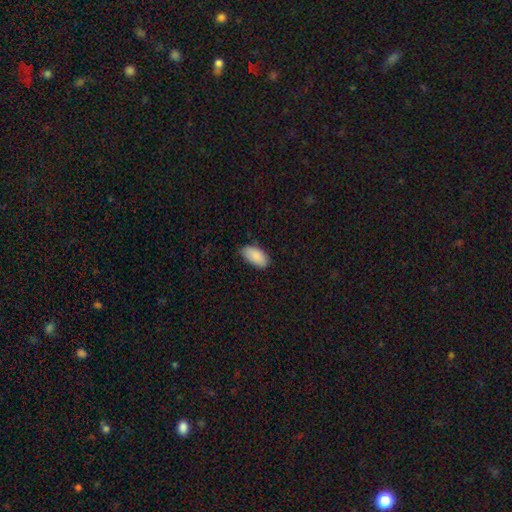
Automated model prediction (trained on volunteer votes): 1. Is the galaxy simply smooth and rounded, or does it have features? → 89% smooth, 6% star or artifact, 4% featured or disk.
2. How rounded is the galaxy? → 94% in between, 4% cigar-shaped, 2% round.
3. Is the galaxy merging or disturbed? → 79% none, 17% minor disturbance, 3% major disturbance, 1% merger.